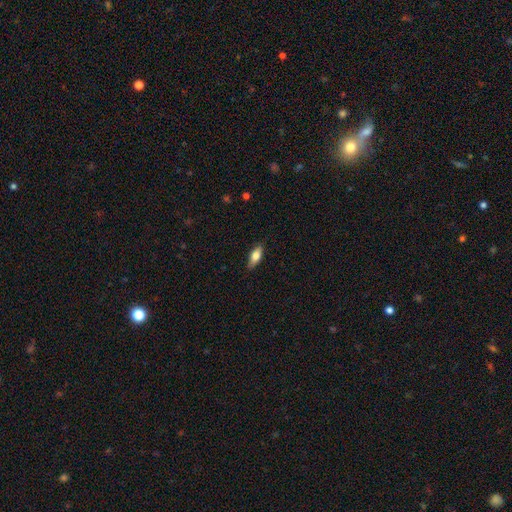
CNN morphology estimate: Overall: smooth (73%). How rounded: in between (76%). Merging: none (85%).